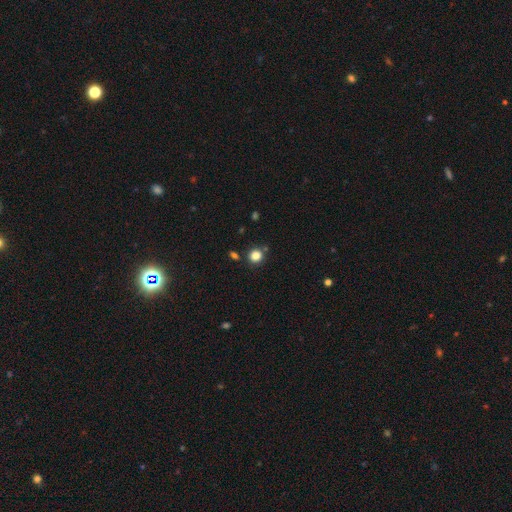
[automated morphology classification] A smooth galaxy with no disk features (83%) that is round (88%).

Vote fractions:
- Smooth or featured? smooth: 83% / star or artifact: 13% / featured or disk: 4%
- How rounded? round: 88% / in between: 11% / cigar-shaped: 1%
- Merging? none: 84% / minor disturbance: 8% / merger: 5% / major disturbance: 3%